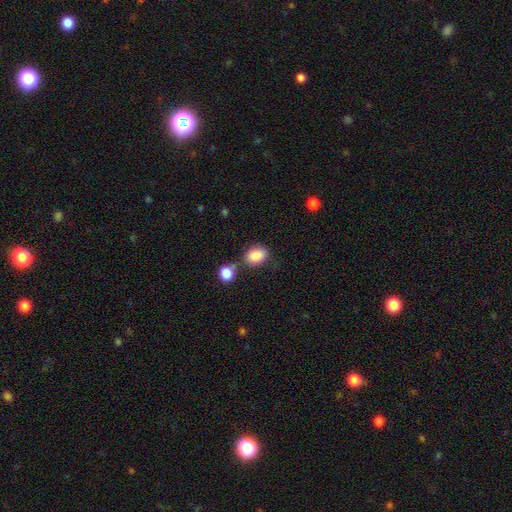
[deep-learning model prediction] smooth-or-featured: smooth: 87% | star or artifact: 8% | featured or disk: 5%
  how-rounded: in between: 73% | round: 26% | cigar-shaped: 1%
  merging: none: 58% | merger: 20% | minor disturbance: 17% | major disturbance: 6%